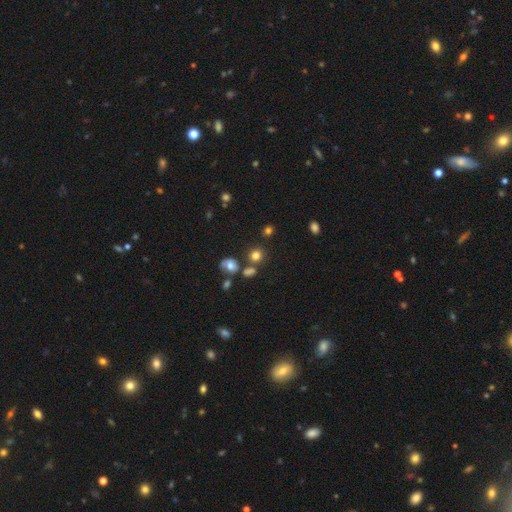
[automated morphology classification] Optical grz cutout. It shows a smooth galaxy with no disk features (77%) that is round (85%). Merging: none (70%).